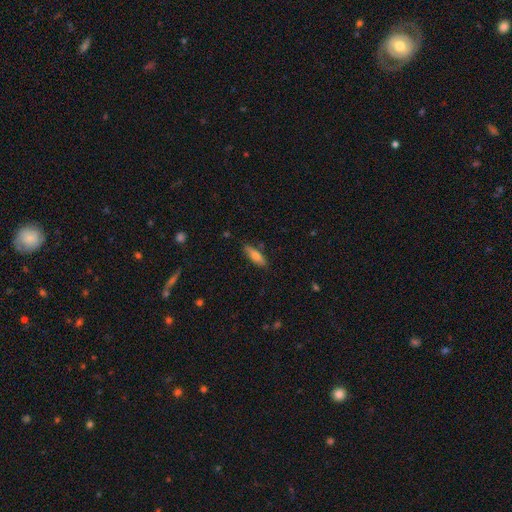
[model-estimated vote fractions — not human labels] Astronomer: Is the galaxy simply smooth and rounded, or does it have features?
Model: smooth — 67%.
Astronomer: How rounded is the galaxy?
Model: cigar-shaped — 56% (runner-up: in between, 42%).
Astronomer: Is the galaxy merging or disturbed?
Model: none — 82%.